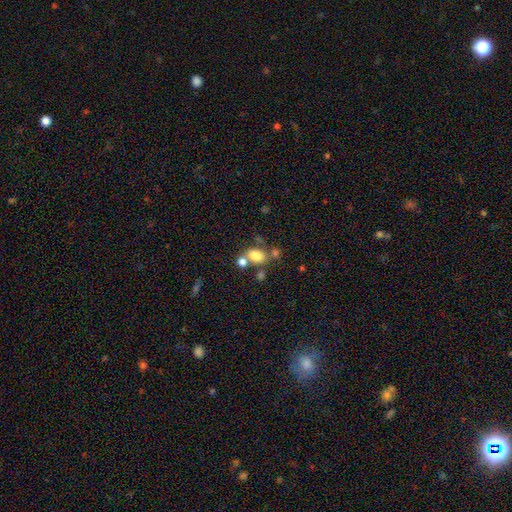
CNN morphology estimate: This appears to be a smooth galaxy with no disk features (79%) that is in between round and cigar-shaped (73%). Merging: none (50%).